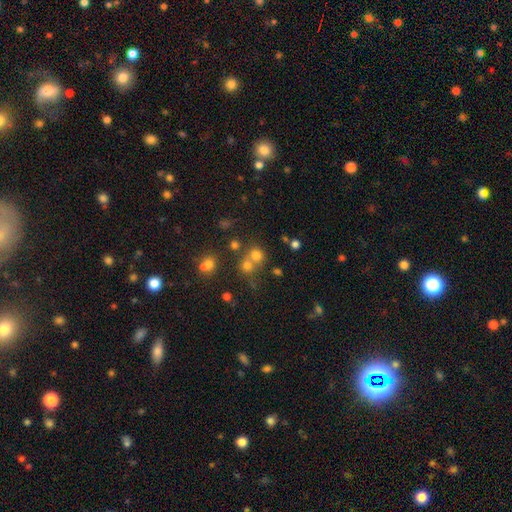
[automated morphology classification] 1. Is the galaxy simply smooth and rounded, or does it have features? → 68% smooth, 21% star or artifact, 11% featured or disk.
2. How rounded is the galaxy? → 84% round, 15% in between, 1% cigar-shaped.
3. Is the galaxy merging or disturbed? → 48% none, 41% merger, 7% minor disturbance, 4% major disturbance.